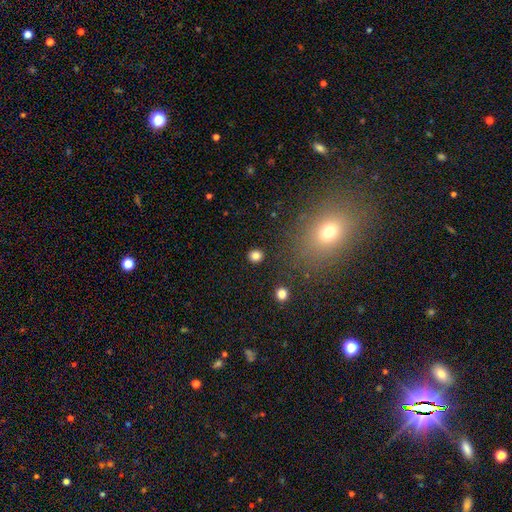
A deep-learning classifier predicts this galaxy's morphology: The model was most divided on "how rounded": round: 83%, in between: 16%, cigar-shaped: 1%. More confident: merging — none (90%); smooth or featured — smooth (82%).